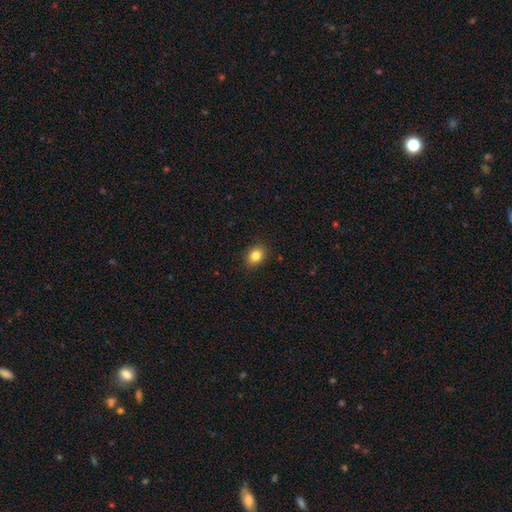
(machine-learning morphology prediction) Smooth or featured? Predicted: smooth (p=0.84). How rounded? Predicted: in between (p=0.55). Merging? Predicted: none (p=0.88).